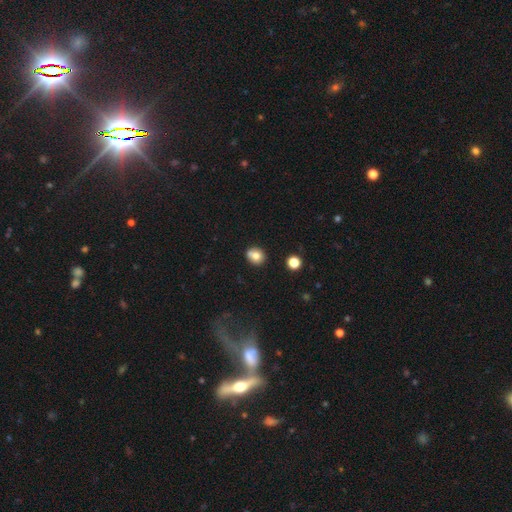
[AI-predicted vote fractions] Morphology: type=smooth (77%); roundness=round (79%); merging=none (69%).